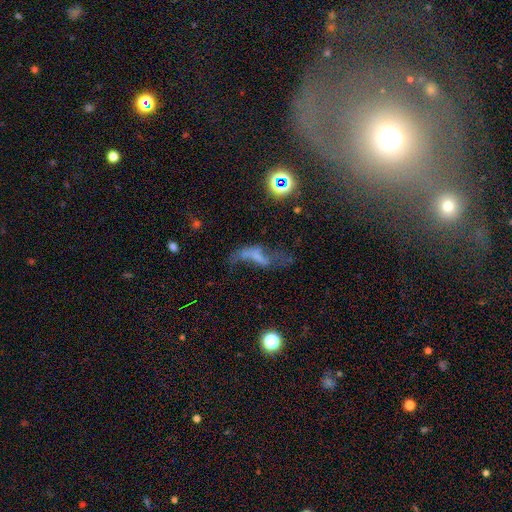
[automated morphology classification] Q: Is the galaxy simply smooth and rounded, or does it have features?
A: featured or disk — 49%.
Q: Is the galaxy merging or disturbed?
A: major disturbance — 38%.